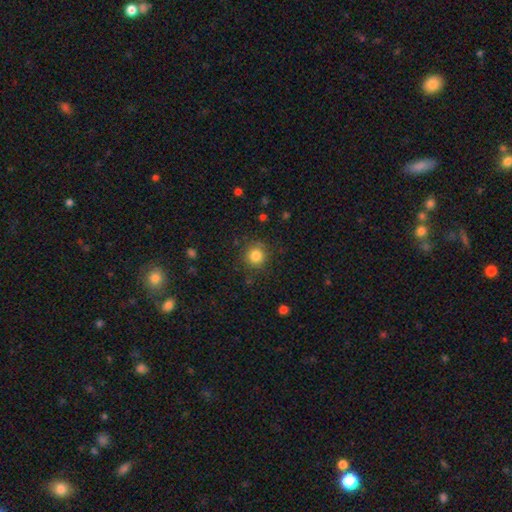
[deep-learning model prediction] smooth 83%, star or artifact 12%, featured or disk 6%. Down the decision tree: how rounded — round (93%); merging — none (86%).